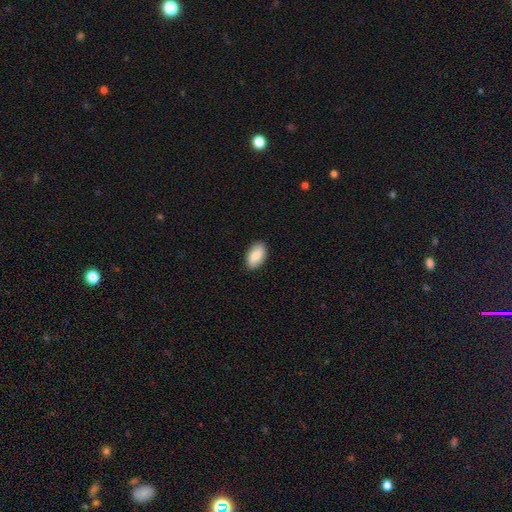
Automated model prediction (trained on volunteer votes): Morphology: type=smooth (78%); roundness=in between (94%); merging=none (87%).